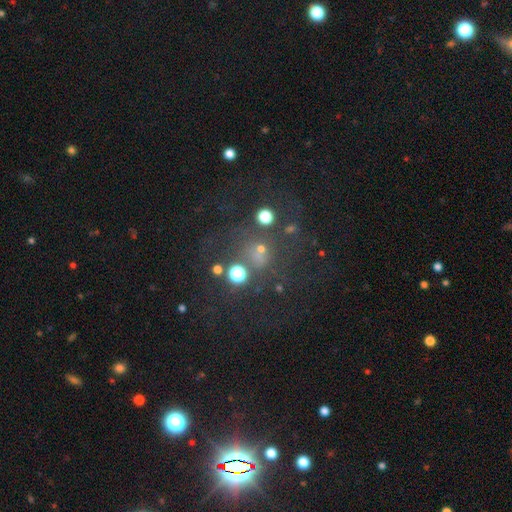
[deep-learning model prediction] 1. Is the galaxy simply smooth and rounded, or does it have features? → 44% smooth, 36% star or artifact, 20% featured or disk.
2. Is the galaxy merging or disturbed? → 59% none, 15% merger, 14% minor disturbance, 12% major disturbance.